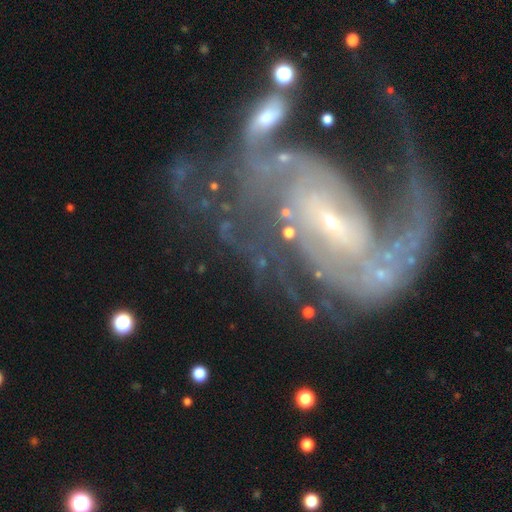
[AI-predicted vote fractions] smooth_or_featured: featured or disk (p=0.89) [alt: star or artifact p=0.06]
disk_edge_on: no (p=0.97) [alt: yes p=0.03]
bar: weak (p=0.45) [alt: no p=0.31]
has_spiral_arms: yes (p=0.94) [alt: no p=0.06]
spiral_winding: medium (p=0.42) [alt: loose p=0.30]
spiral_arm_count: 2 (p=0.51) [alt: can't tell p=0.17]
bulge_size: small (p=0.76) [alt: moderate p=0.17]
merging: major disturbance (p=0.37) [alt: none p=0.29]